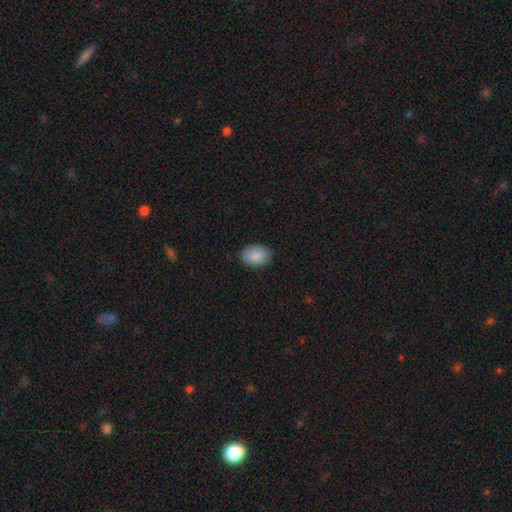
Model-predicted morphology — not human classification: Overall: smooth (88%). How rounded: in between (81%). Merging: none (85%).